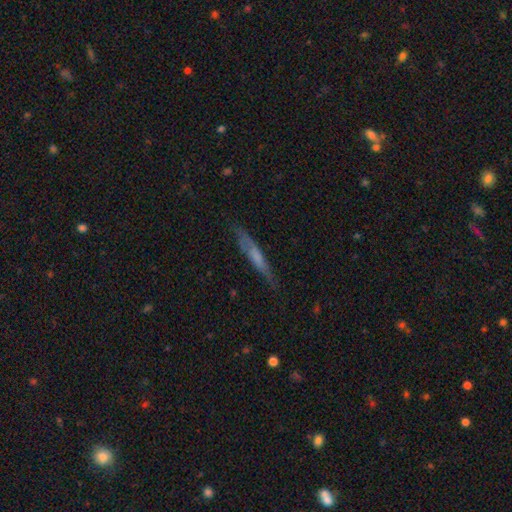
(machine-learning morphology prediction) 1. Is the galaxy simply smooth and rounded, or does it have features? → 48% featured or disk, 45% smooth, 7% star or artifact.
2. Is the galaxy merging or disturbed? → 76% none, 18% minor disturbance, 5% major disturbance, 2% merger.